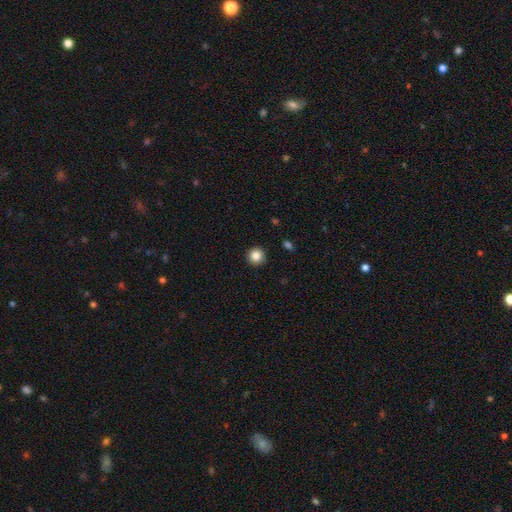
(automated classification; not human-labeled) This appears to be a smooth galaxy with no disk features (86%) that is round (95%). Merging: none (92%).